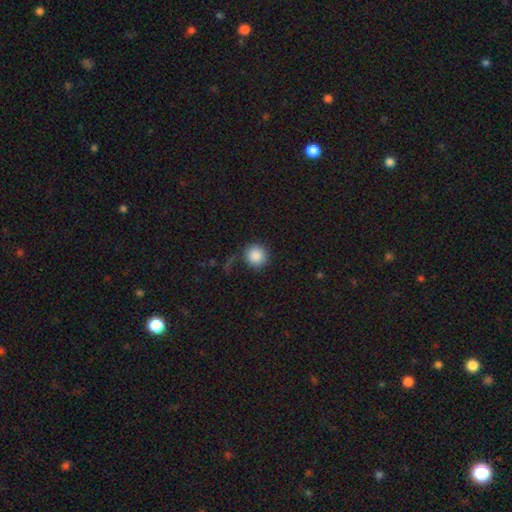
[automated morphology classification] Q: Smooth or featured?
A: smooth (88%); runner-up: star or artifact (8%)
Q: How rounded?
A: round (93%); runner-up: in between (6%)
Q: Merging?
A: none (78%); runner-up: minor disturbance (13%)